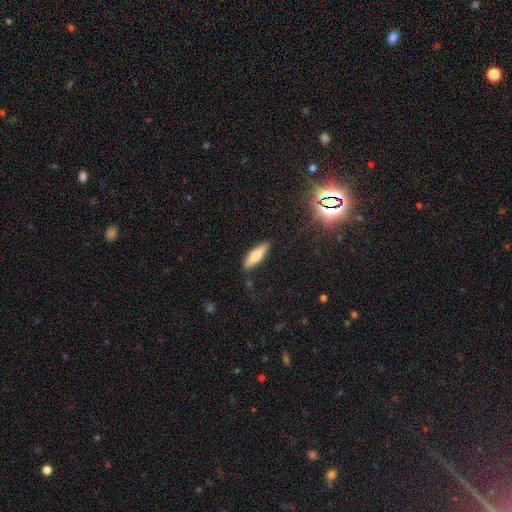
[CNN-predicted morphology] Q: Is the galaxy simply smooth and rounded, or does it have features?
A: smooth — 68%.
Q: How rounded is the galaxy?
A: cigar-shaped — 55%.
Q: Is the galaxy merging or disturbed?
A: none — 86%.